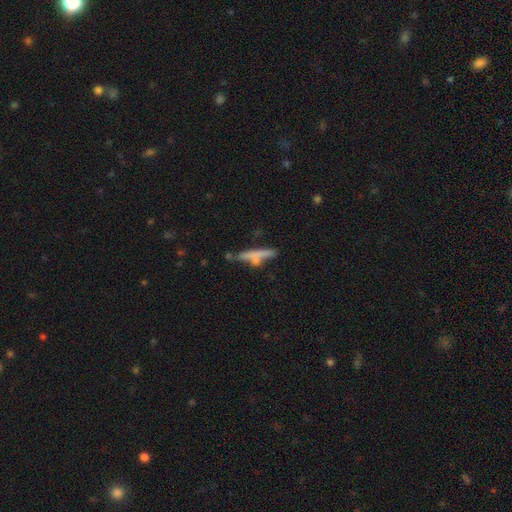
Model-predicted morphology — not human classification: smooth_or_featured: smooth (p=0.57) [alt: featured or disk p=0.34]
how_rounded: cigar-shaped (p=0.89) [alt: in between p=0.09]
merging: none (p=0.51) [alt: merger p=0.22]